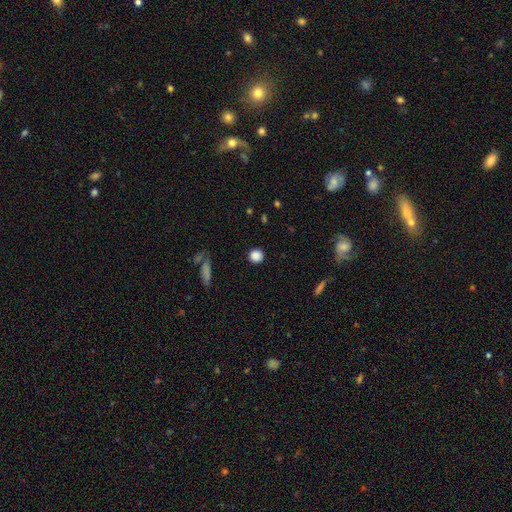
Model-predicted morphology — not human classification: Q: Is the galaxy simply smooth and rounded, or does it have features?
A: smooth — 86%.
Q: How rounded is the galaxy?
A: round — 92%.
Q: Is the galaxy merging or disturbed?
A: none — 90%.